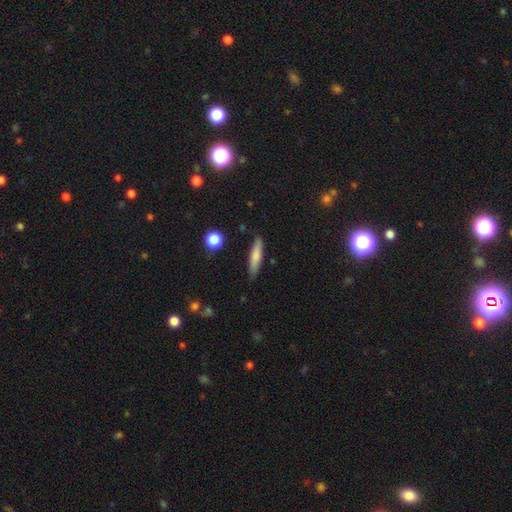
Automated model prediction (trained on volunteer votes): The model was most divided on "smooth or featured": smooth: 73%, featured or disk: 20%, star or artifact: 7%. More confident: merging — none (83%); how rounded — cigar-shaped (80%).